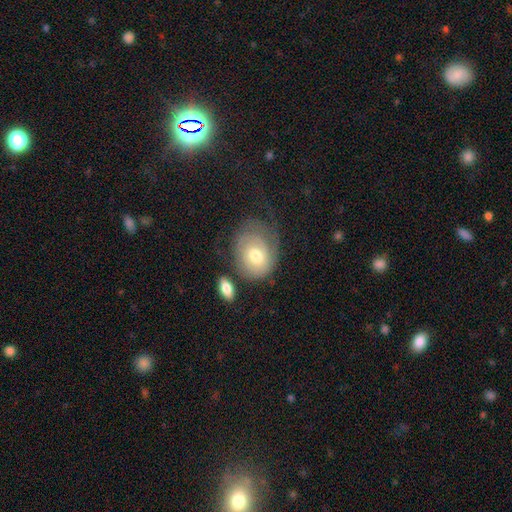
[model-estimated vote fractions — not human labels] The model was most divided on "smooth or featured": featured or disk: 47%, smooth: 46%, star or artifact: 7%. Remaining: merging — none (45%).